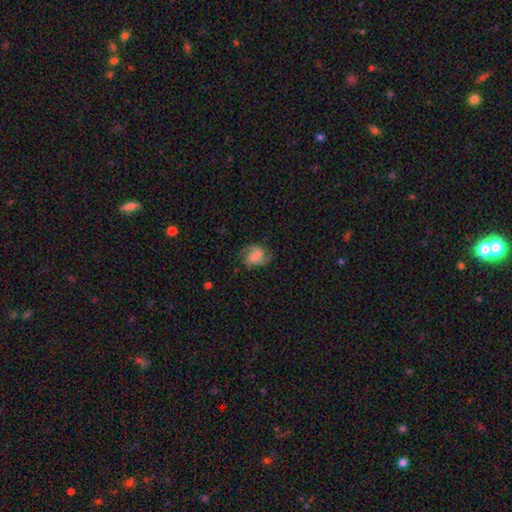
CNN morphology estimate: This appears to be a featured or disk galaxy (61%) with a weak bar (43%), 2 (77%) medium (48%) spiral arms (90%) and a small central bulge (40%). Merging: none (64%).